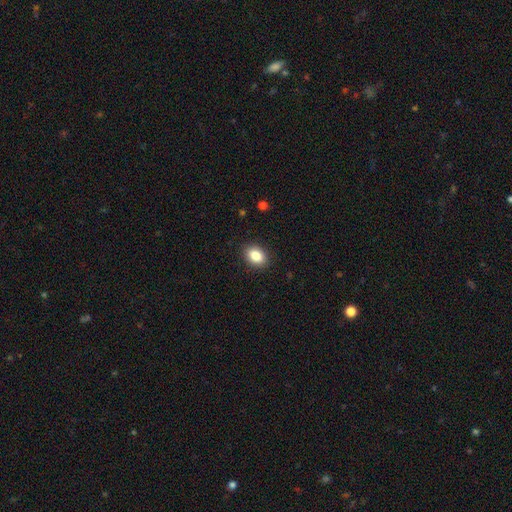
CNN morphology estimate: A smooth galaxy with no disk features (85%) that is in between round and cigar-shaped (77%). Merging: none (89%).